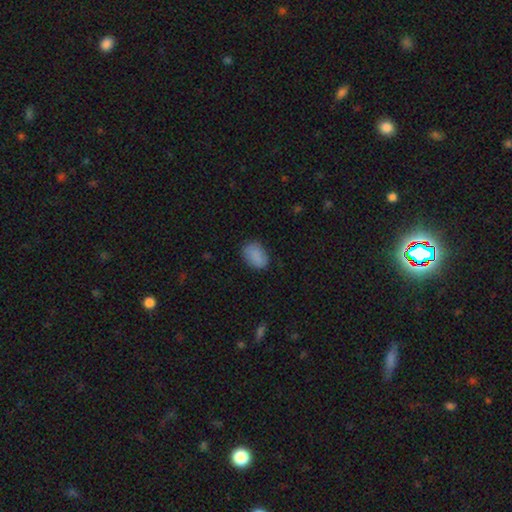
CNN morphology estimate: Smooth or featured?
  - smooth: 87% *
  - star or artifact: 8%
  - featured or disk: 5%
How rounded?
  - in between: 83% *
  - round: 16%
  - cigar-shaped: 1%
Merging?
  - none: 79% *
  - minor disturbance: 17%
  - major disturbance: 4%
  - merger: 1%